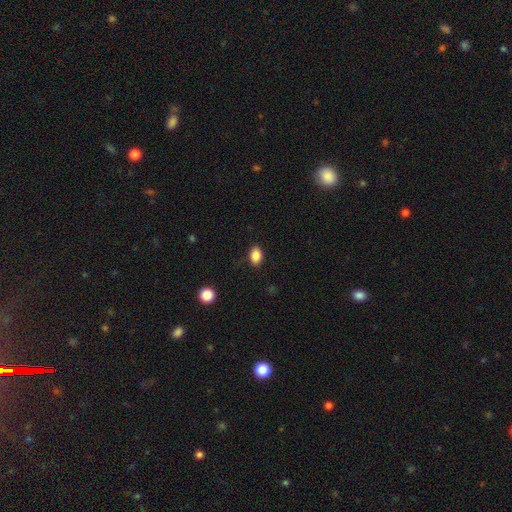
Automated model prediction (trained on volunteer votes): The model was most divided on "how rounded": in between: 83%, round: 16%, cigar-shaped: 1%. More confident: smooth or featured — smooth (86%); merging — none (86%).